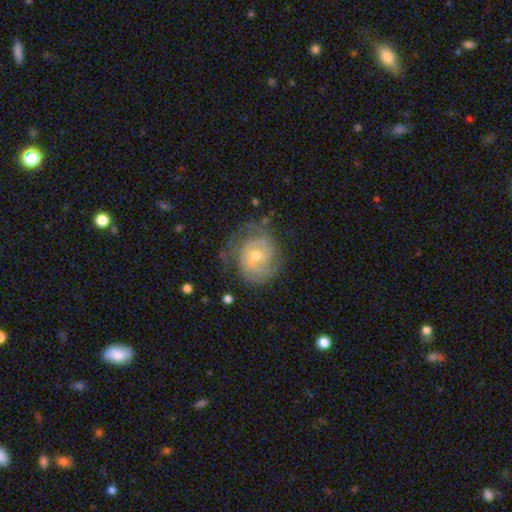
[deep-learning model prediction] This appears to be a featured or disk galaxy (74%) with no bar (60%), 2 (42%) tight (58%) spiral arms (86%) and a moderate central bulge (52%). Merging: none (61%).